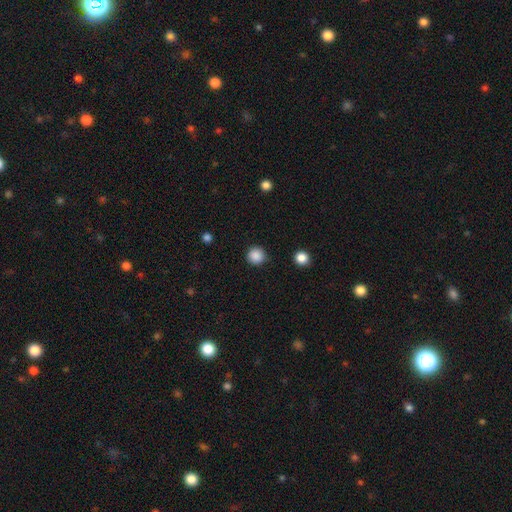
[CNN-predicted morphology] Smooth or featured: smooth — 88% (star or artifact — 10%)
How rounded: round — 94% (in between — 5%)
Merging: none — 90% (minor disturbance — 7%)